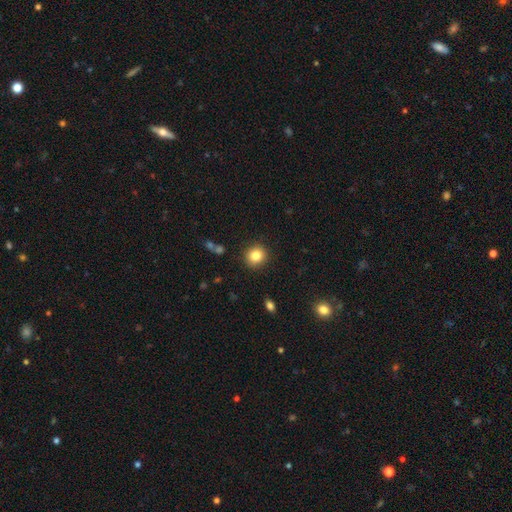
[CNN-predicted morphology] smooth 83%, star or artifact 10%, featured or disk 7%. Down the decision tree: how rounded — round (87%); merging — none (90%).